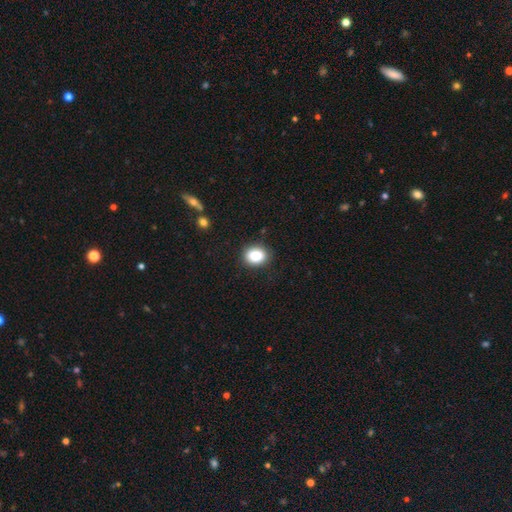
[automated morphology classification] A smooth galaxy with no disk features (87%) that is in between round and cigar-shaped (54%).

Vote fractions:
- Smooth or featured? smooth: 87% / star or artifact: 9% / featured or disk: 4%
- How rounded? in between: 54% / round: 45% / cigar-shaped: 1%
- Merging? none: 86% / minor disturbance: 10% / major disturbance: 3% / merger: 1%